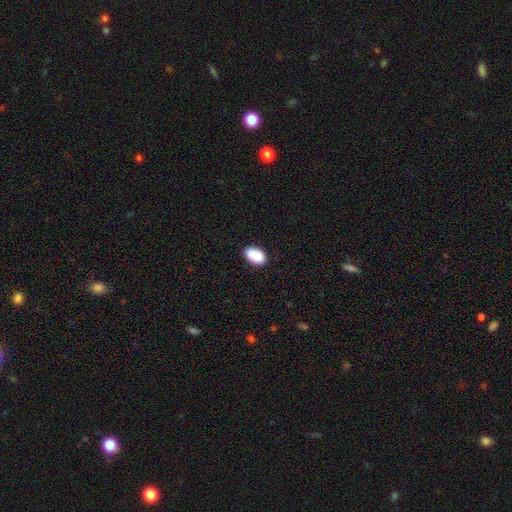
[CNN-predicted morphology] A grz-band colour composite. It shows a smooth galaxy with no disk features (86%) that is in between round and cigar-shaped (90%). Merging: none (74%).